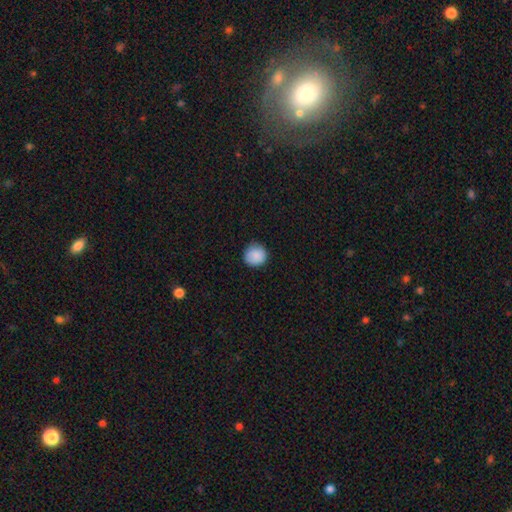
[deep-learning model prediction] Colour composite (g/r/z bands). It shows a smooth galaxy with no disk features (88%) that is round (93%). Merging: none (87%).